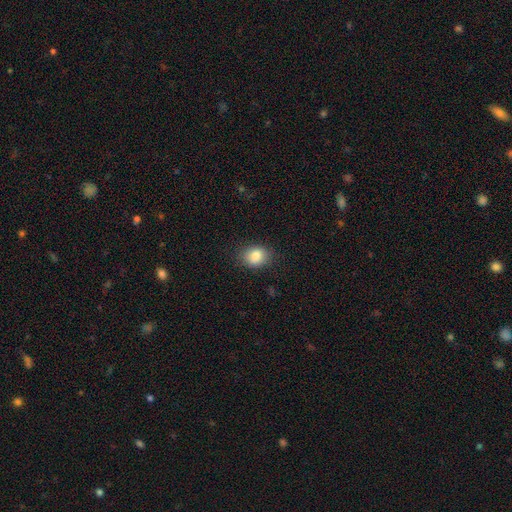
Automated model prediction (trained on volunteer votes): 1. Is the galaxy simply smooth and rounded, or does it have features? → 86% smooth, 9% star or artifact, 5% featured or disk.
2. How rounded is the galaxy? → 51% in between, 48% round, 1% cigar-shaped.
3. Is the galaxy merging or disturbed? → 81% none, 14% minor disturbance, 4% major disturbance, 1% merger.